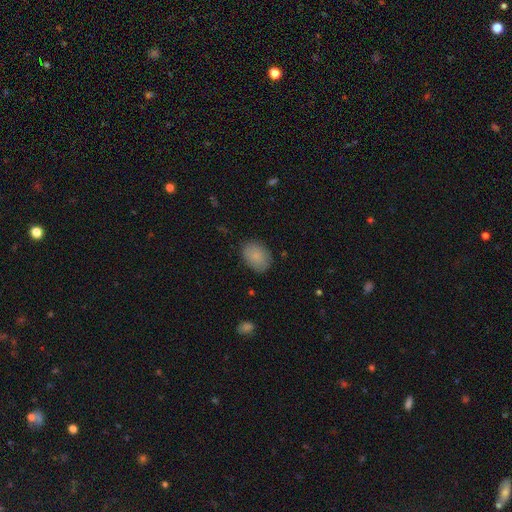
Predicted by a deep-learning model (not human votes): This is clearly a smooth galaxy (85%). How rounded: likely in between (75%). Merging: clearly none (83%).